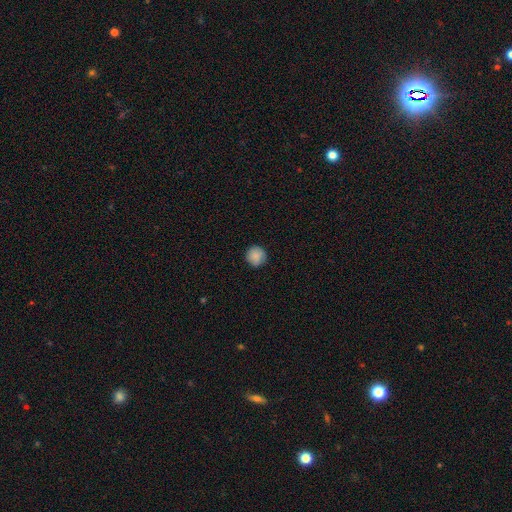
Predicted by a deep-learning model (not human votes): Smooth or featured? smooth (86%)
How rounded? round (95%)
Merging? none (87%)